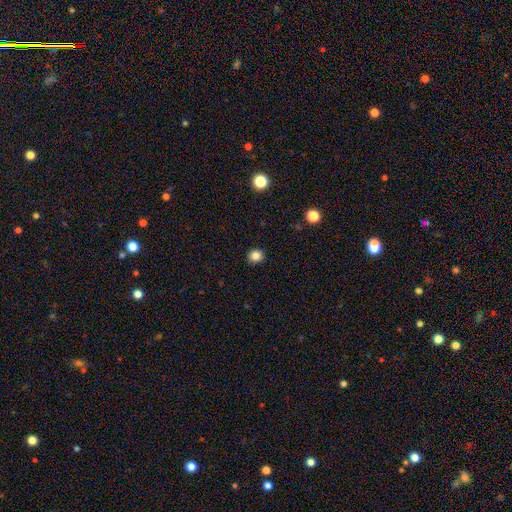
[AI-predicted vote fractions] Q: Smooth or featured?
A: smooth (84%); runner-up: star or artifact (12%)
Q: How rounded?
A: round (85%); runner-up: in between (14%)
Q: Merging?
A: none (92%); runner-up: minor disturbance (6%)